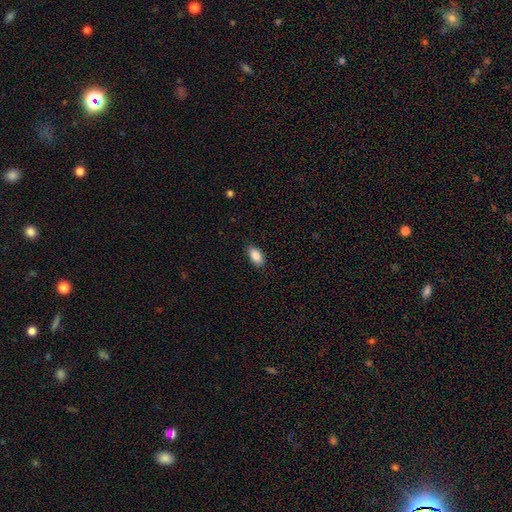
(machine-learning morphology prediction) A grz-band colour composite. It shows a smooth galaxy with no disk features (88%) that is in between round and cigar-shaped (92%). Merging: none (87%).